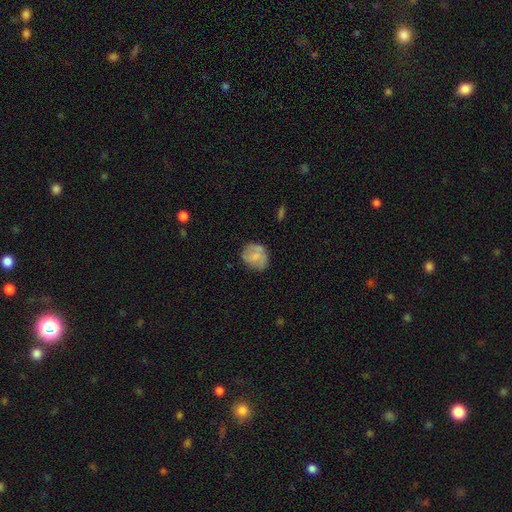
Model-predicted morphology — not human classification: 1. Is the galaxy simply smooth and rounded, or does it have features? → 65% smooth, 27% featured or disk, 8% star or artifact.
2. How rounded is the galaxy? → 64% round, 35% in between, 1% cigar-shaped.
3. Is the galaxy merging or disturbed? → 66% none, 24% minor disturbance, 8% major disturbance, 2% merger.